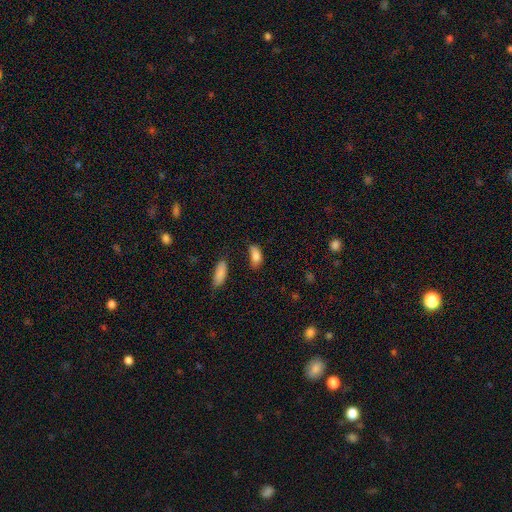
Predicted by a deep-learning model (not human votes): smooth_or_featured: smooth (p=0.84) [alt: star or artifact p=0.09]
how_rounded: in between (p=0.86) [alt: cigar-shaped p=0.10]
merging: none (p=0.53) [alt: minor disturbance p=0.31]